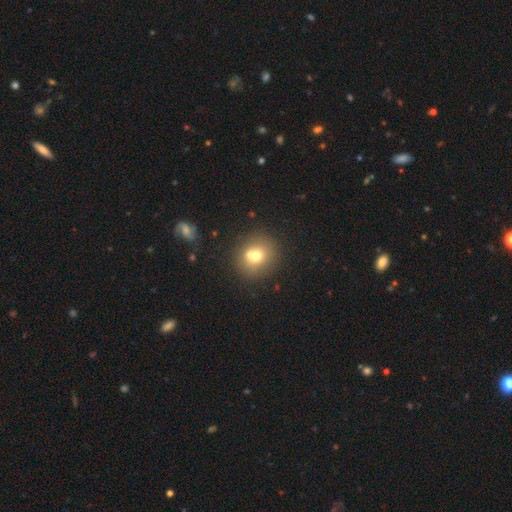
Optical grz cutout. It shows a smooth galaxy with no disk features (67%) that is round (81%). Merging: merger (44%).